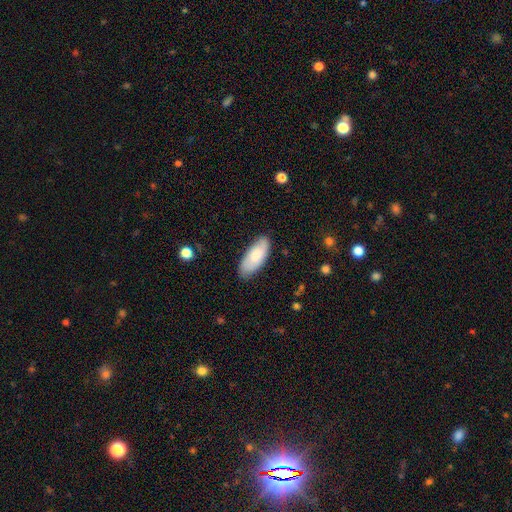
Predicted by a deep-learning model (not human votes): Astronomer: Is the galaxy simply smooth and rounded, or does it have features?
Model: smooth — 79%.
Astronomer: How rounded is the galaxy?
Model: in between — 83%.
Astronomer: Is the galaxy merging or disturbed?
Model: none — 82%.